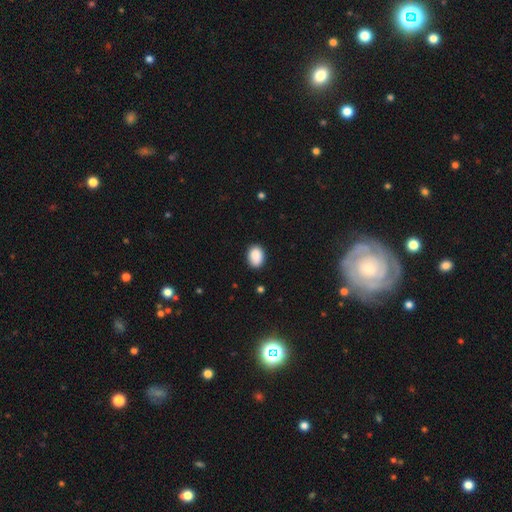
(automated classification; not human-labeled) The model was most divided on "how rounded": in between: 74%, round: 25%, cigar-shaped: 1%. More confident: smooth or featured — smooth (88%); merging — none (83%).